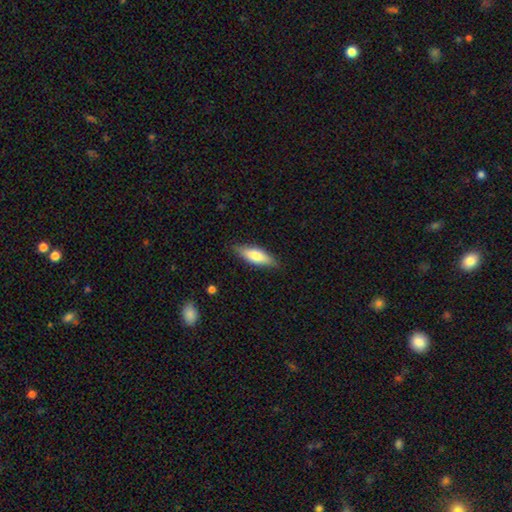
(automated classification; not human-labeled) A smooth galaxy with no disk features (71%) that is in between round and cigar-shaped (54%). Merging: none (84%).